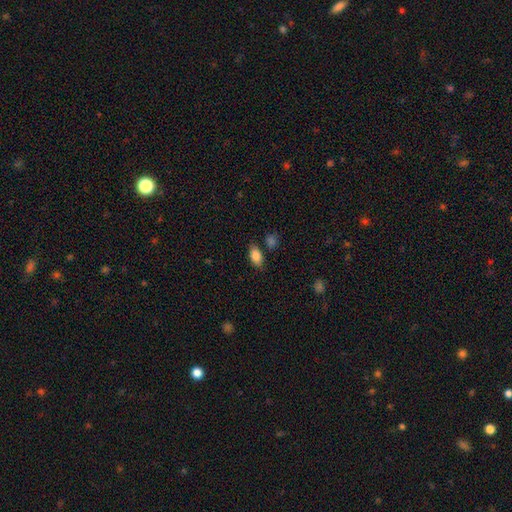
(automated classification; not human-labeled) Overall: smooth (84%). How rounded: in between (88%). Merging: none (78%).